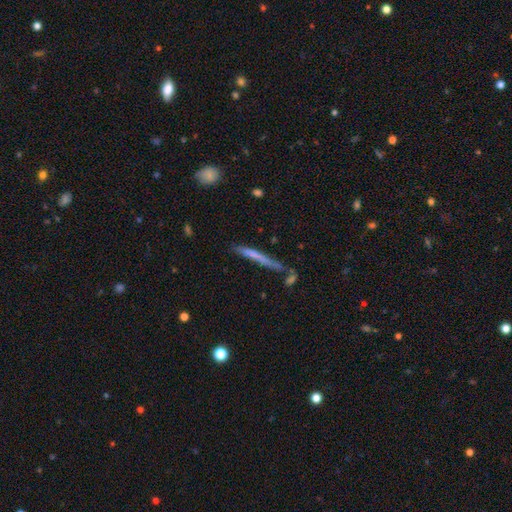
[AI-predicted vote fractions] Morphology: type=smooth (52%); roundness=cigar-shaped (96%); merging=none (66%).